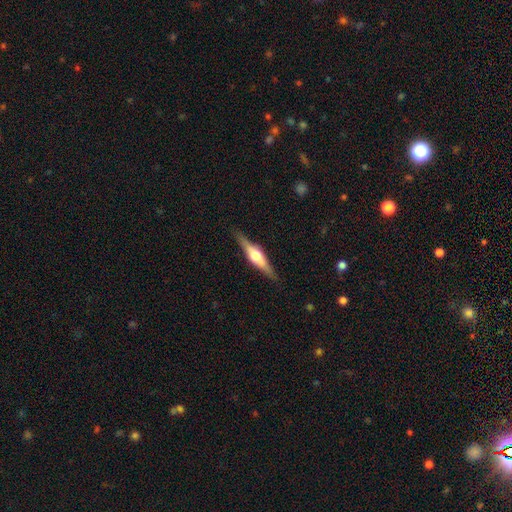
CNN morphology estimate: Smooth or featured: featured or disk — 73% (smooth — 22%)
Edge-on disk: yes — 97% (no — 3%)
Edge-on bulge: rounded — 88% (boxy — 10%)
Merging: none — 88% (minor disturbance — 9%)